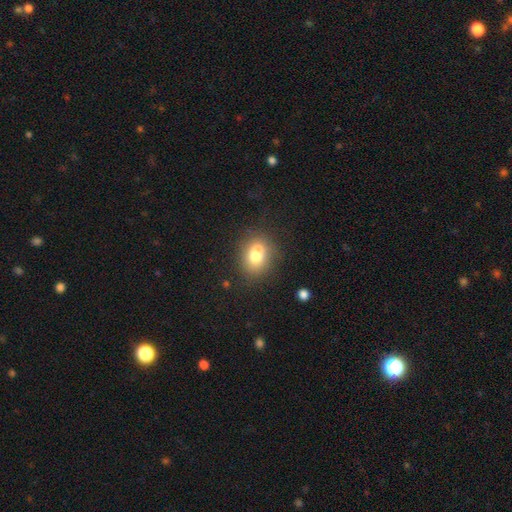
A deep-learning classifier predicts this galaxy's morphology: smooth-or-featured: smooth: 70% | featured or disk: 19% | star or artifact: 11%
  how-rounded: round: 53% | in between: 46% | cigar-shaped: 1%
  merging: none: 46% | merger: 37% | minor disturbance: 12% | major disturbance: 4%